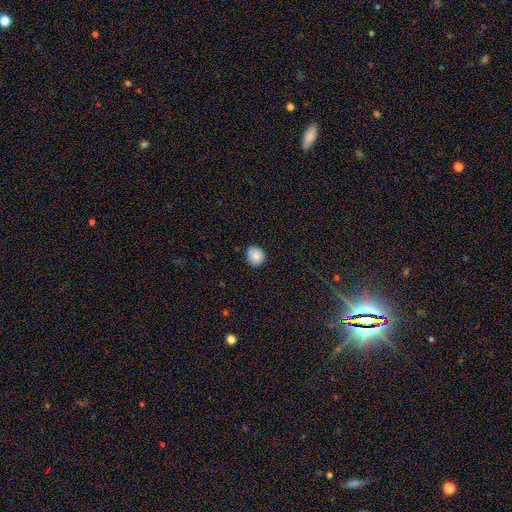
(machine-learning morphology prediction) Smooth or featured: smooth — 84% (star or artifact — 9%)
How rounded: round — 80% (in between — 19%)
Merging: none — 80% (minor disturbance — 16%)